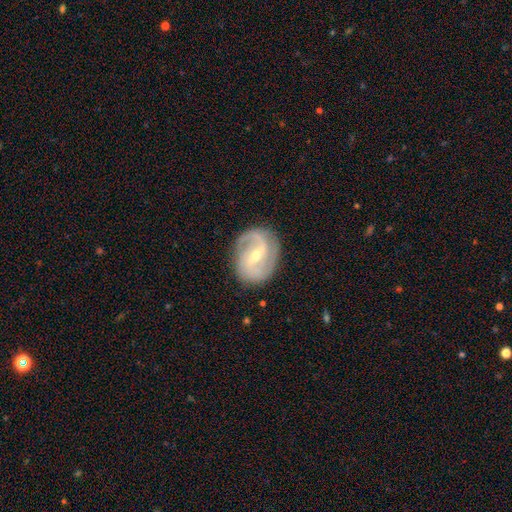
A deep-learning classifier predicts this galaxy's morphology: This appears to be a featured or disk galaxy (87%) with a weak bar (47%), 2 (84%) medium (49%) spiral arms (96%) and a small central bulge (55%). Merging: none (82%).